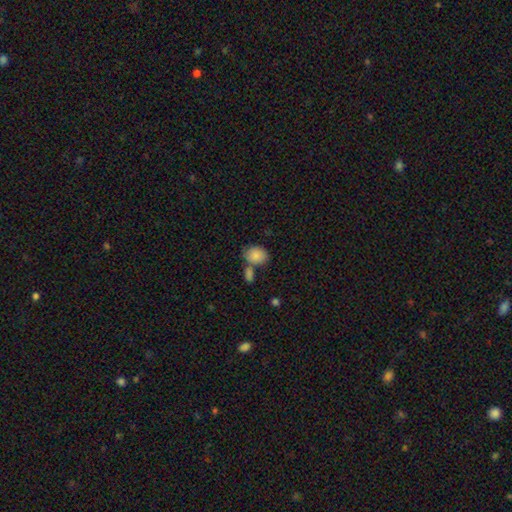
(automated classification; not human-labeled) smooth 86%, featured or disk 7%, star or artifact 7%. Down the decision tree: how rounded — in between (68%); merging — none (49%).